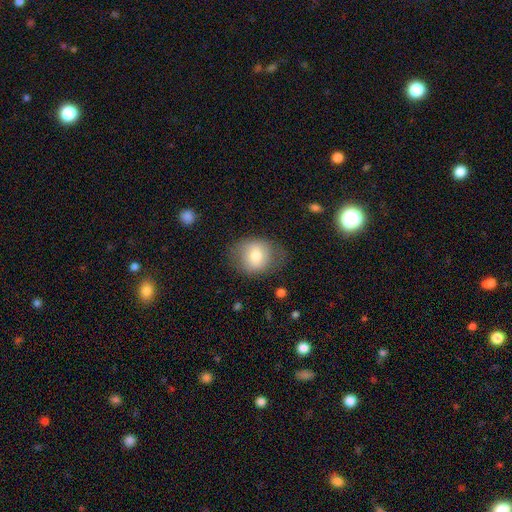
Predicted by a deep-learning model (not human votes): This appears to be a smooth galaxy with no disk features (71%) that is round (62%). Merging: none (68%).